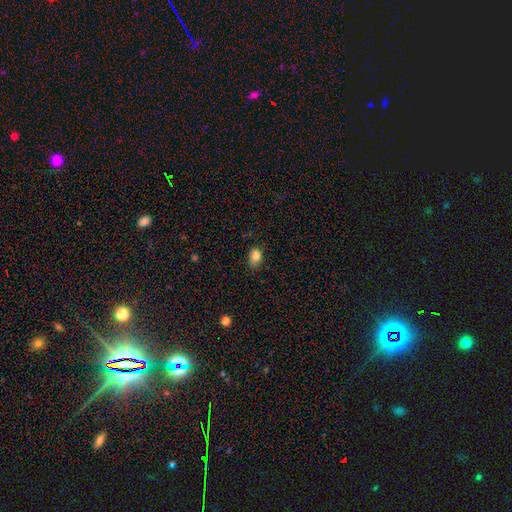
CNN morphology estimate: Smooth or featured? smooth (83%)
How rounded? in between (66%)
Merging? none (63%)